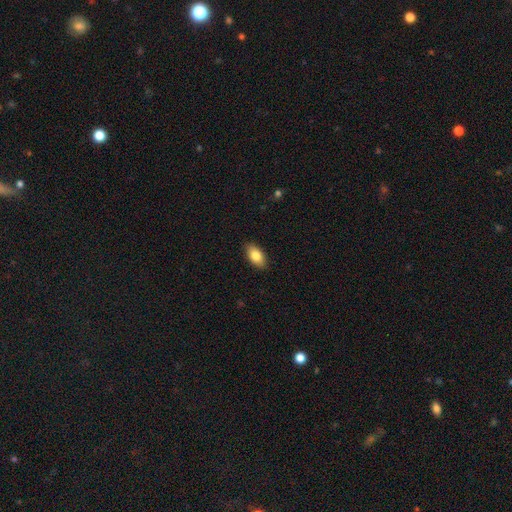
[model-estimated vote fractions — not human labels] smooth 82%, featured or disk 11%, star or artifact 7%. Down the decision tree: how rounded — in between (92%); merging — none (89%).